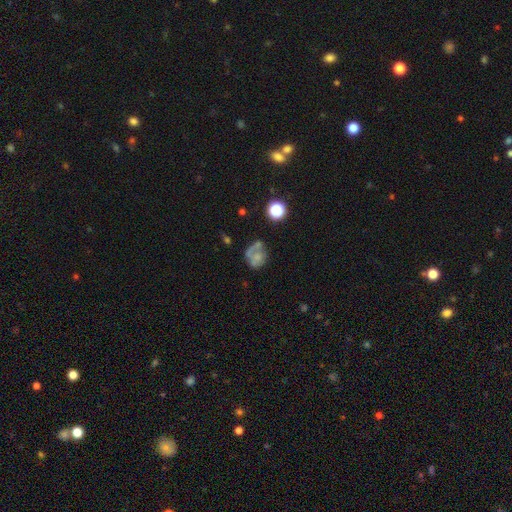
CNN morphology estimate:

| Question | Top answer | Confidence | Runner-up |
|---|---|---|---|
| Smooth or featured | smooth | 47% | featured or disk (39%) |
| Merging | none | 38% | major disturbance (26%) |